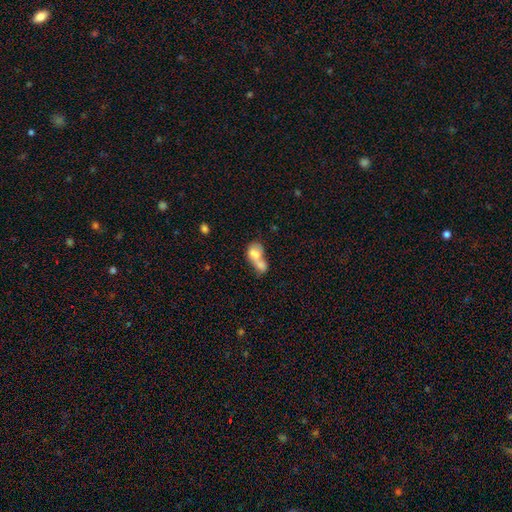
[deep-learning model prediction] smooth 69%, featured or disk 23%, star or artifact 8%. Down the decision tree: how rounded — in between (71%); merging — merger (76%).